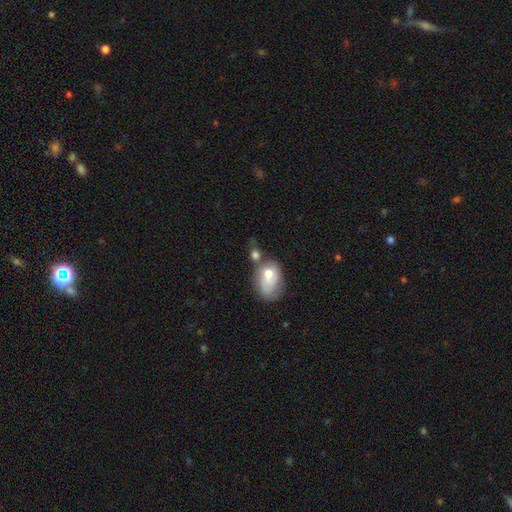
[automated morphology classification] Overall: smooth (58%; featured or disk 31%). How rounded: in between (68%; round 30%). Merging: none (35%; merger 32%).